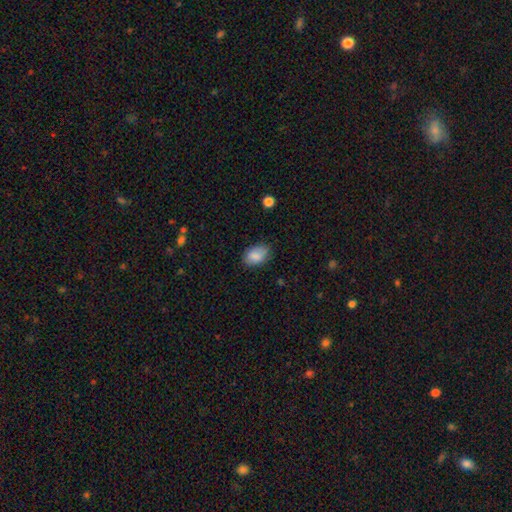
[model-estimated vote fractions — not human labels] The model was most divided on "merging": none: 74%, minor disturbance: 21%, major disturbance: 4%, merger: 1%. More confident: how rounded — in between (88%); smooth or featured — smooth (86%).